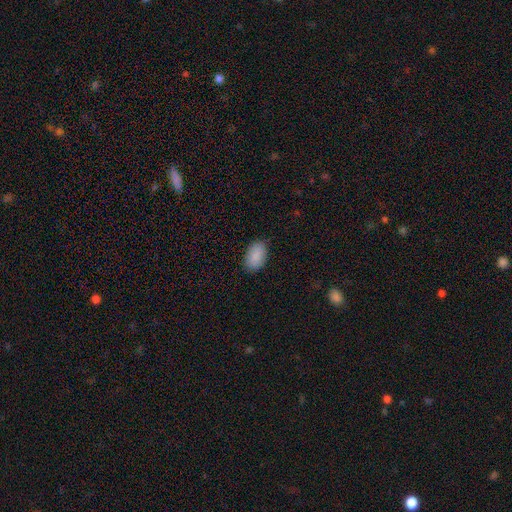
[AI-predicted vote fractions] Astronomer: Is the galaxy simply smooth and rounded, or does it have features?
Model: smooth — 90%.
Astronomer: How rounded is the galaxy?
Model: in between — 93%.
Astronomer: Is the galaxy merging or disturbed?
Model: none — 87%.